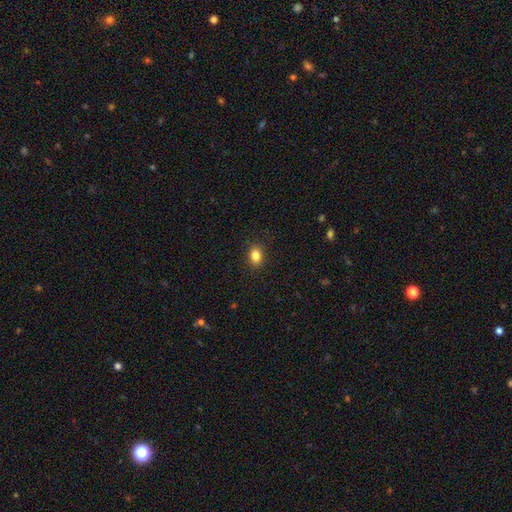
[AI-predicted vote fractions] smooth-or-featured: smooth: 84% | star or artifact: 10% | featured or disk: 5%
  how-rounded: in between: 66% | round: 33% | cigar-shaped: 1%
  merging: none: 89% | minor disturbance: 8% | major disturbance: 2% | merger: 1%